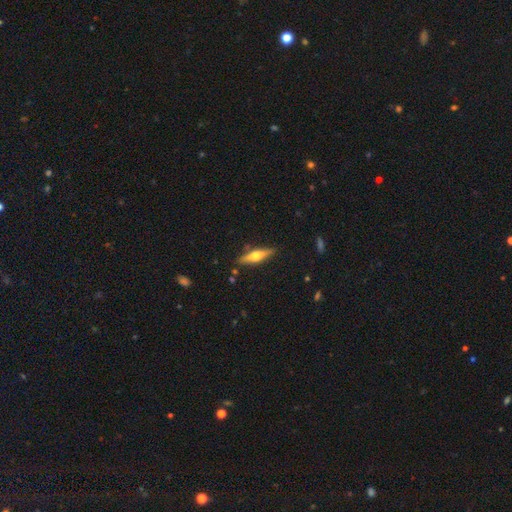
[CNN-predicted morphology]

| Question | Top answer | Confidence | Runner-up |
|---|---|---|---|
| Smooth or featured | featured or disk | 58% | smooth (36%) |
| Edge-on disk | yes | 95% | no (5%) |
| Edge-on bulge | rounded | 93% | boxy (4%) |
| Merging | none | 86% | minor disturbance (10%) |